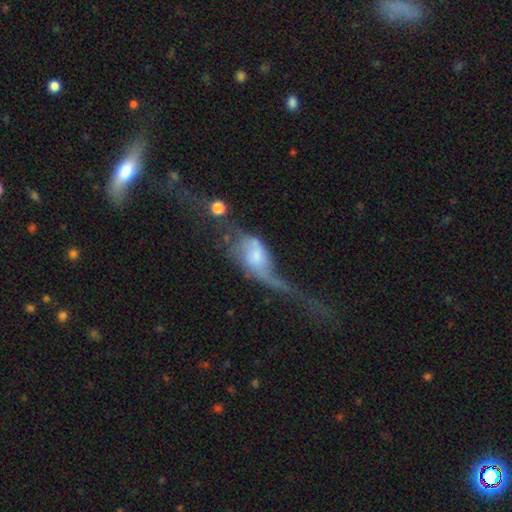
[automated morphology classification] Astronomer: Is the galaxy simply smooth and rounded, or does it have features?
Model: featured or disk — 54% (runner-up: smooth, 37%).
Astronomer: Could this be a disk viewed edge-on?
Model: no — 91%.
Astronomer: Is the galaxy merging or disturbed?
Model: major disturbance — 53%.